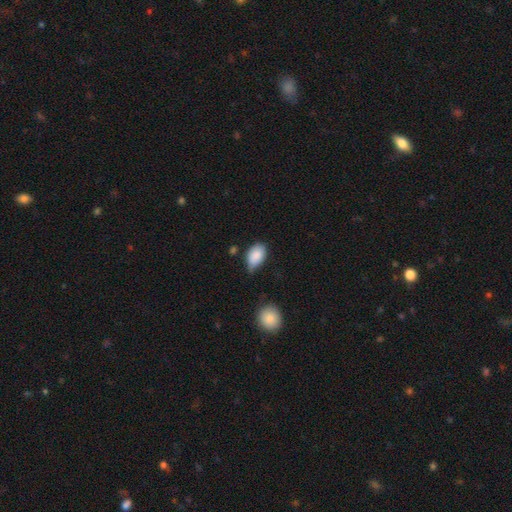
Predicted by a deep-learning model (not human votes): smooth-or-featured: smooth: 86% | star or artifact: 7% | featured or disk: 7%
  how-rounded: in between: 90% | round: 9% | cigar-shaped: 1%
  merging: none: 49% | minor disturbance: 40% | major disturbance: 7% | merger: 4%